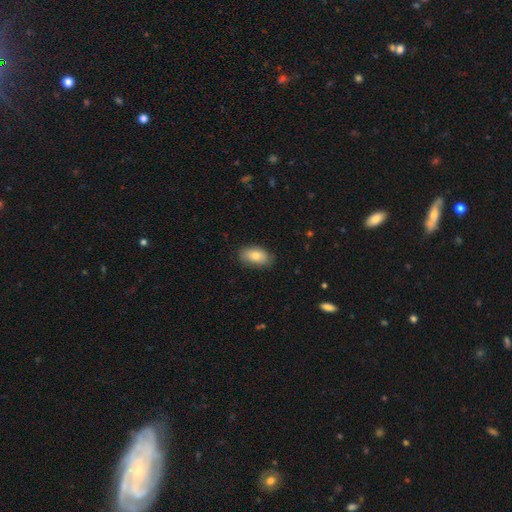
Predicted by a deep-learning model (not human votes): This appears to be a smooth galaxy with no disk features (76%) that is in between round and cigar-shaped (92%). Merging: none (82%).